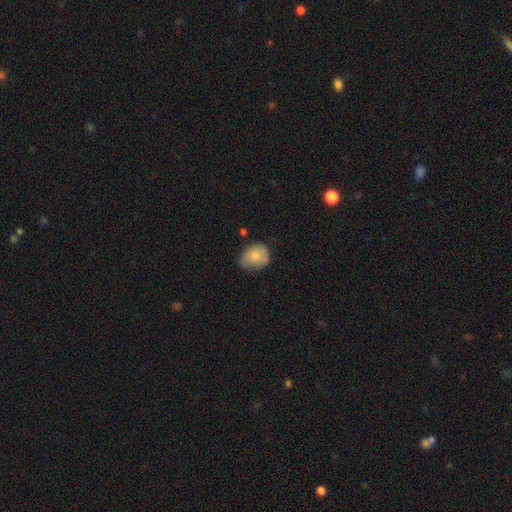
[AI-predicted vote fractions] A smooth galaxy with no disk features (79%) that is round (51%). Merging: none (53%).